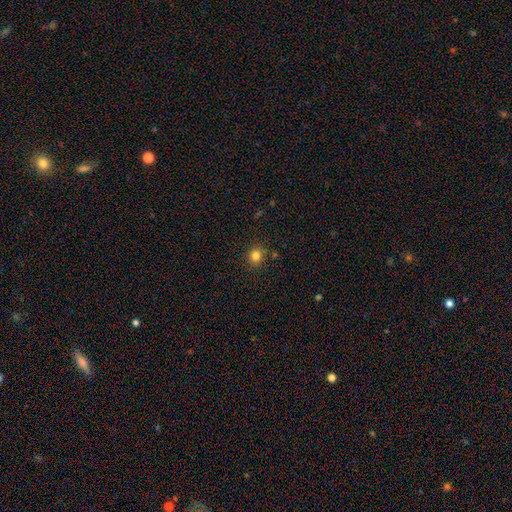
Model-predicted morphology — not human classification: Smooth or featured?
  - smooth: 81% *
  - star or artifact: 13%
  - featured or disk: 6%
How rounded?
  - round: 79% *
  - in between: 20%
  - cigar-shaped: 1%
Merging?
  - none: 86% *
  - minor disturbance: 9%
  - merger: 3%
  - major disturbance: 3%